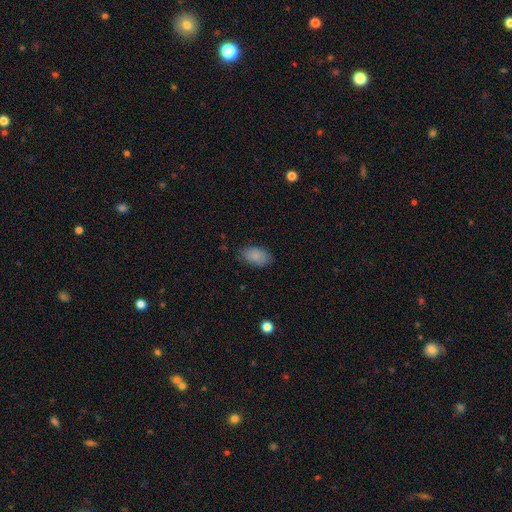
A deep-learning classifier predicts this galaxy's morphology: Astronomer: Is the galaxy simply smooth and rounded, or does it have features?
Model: smooth — 87%.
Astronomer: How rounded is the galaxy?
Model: in between — 93%.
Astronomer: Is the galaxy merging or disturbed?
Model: none — 80%.